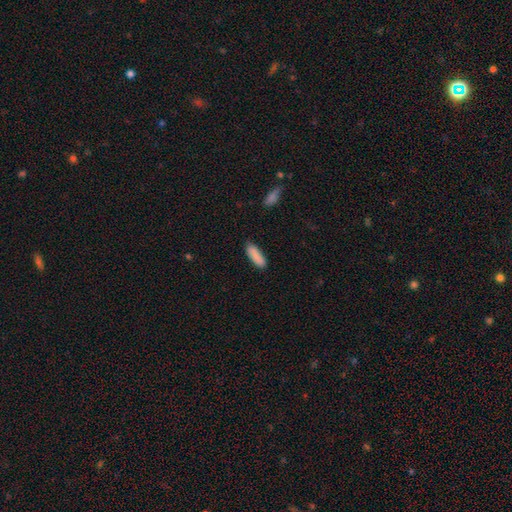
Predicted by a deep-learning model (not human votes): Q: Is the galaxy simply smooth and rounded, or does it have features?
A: smooth — 89%.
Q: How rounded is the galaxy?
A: in between — 51%.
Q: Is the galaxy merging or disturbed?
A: none — 84%.